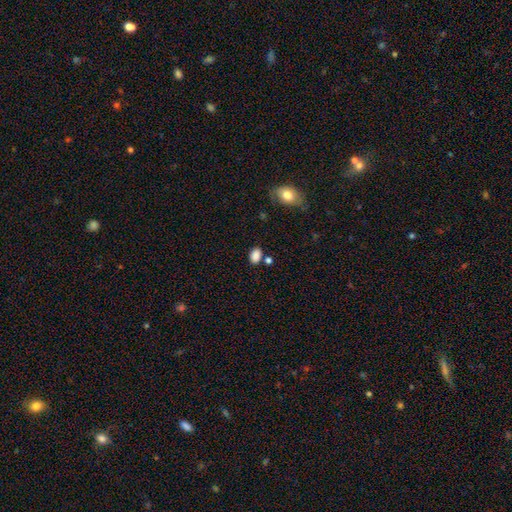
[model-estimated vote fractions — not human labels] smooth_or_featured: smooth (p=0.86) [alt: star or artifact p=0.10]
how_rounded: in between (p=0.81) [alt: round p=0.17]
merging: none (p=0.75) [alt: minor disturbance p=0.13]